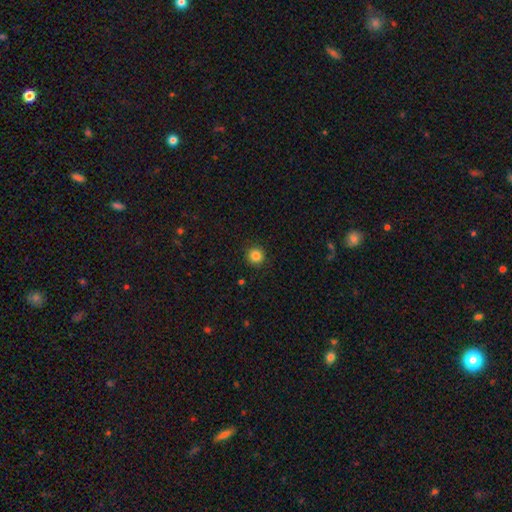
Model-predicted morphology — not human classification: Q: Smooth or featured?
A: smooth (84%); runner-up: star or artifact (11%)
Q: How rounded?
A: round (95%); runner-up: in between (4%)
Q: Merging?
A: none (92%); runner-up: minor disturbance (6%)